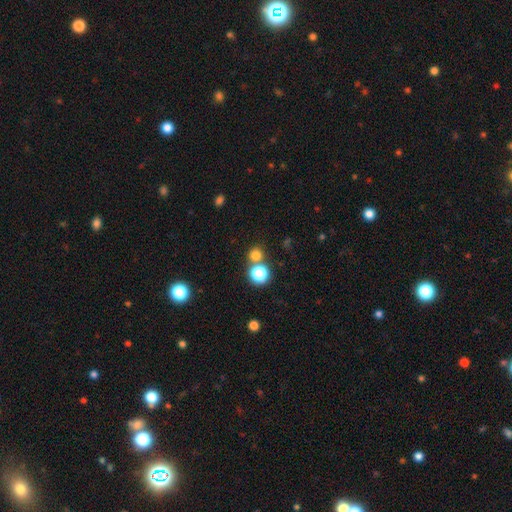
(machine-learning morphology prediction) A smooth galaxy with no disk features (74%) that is round (91%). Merging: none (66%).